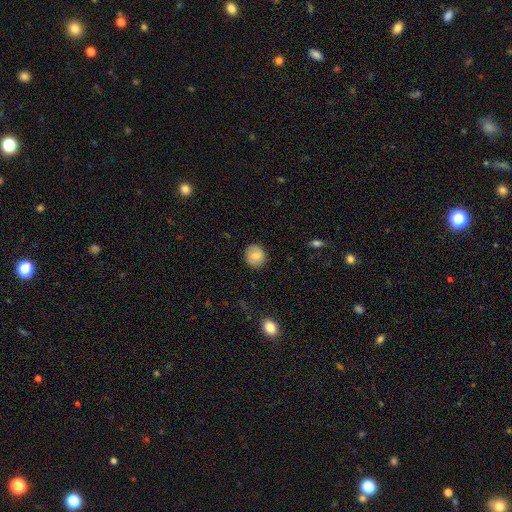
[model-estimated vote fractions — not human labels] The model was most divided on "smooth or featured": smooth: 79%, featured or disk: 13%, star or artifact: 8%. More confident: merging — none (87%); how rounded — round (85%).